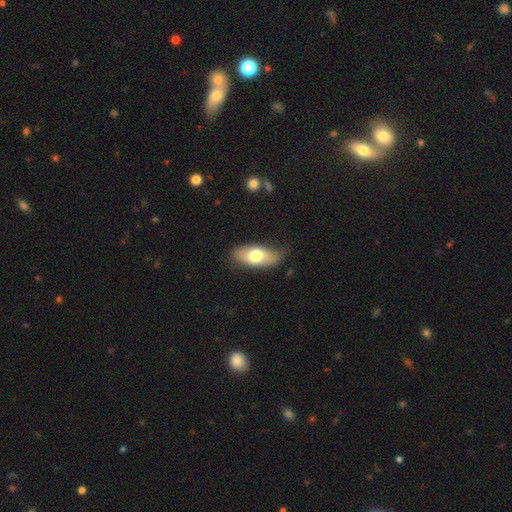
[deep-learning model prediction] Overall: smooth (68%). How rounded: in between (86%). Merging: none (75%).